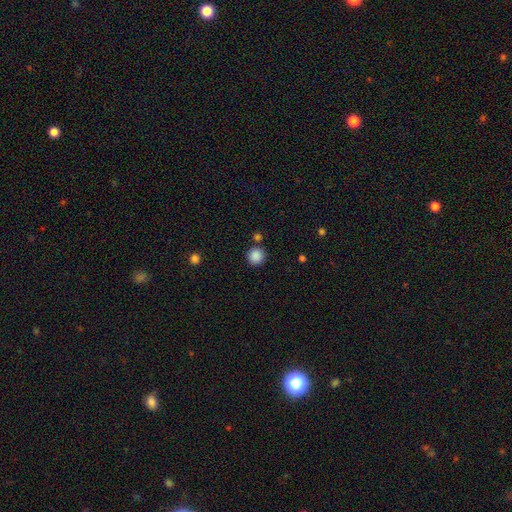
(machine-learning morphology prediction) A smooth galaxy with no disk features (87%) that is round (95%).

Vote fractions:
- Smooth or featured? smooth: 87% / star or artifact: 10% / featured or disk: 3%
- How rounded? round: 95% / in between: 5% / cigar-shaped: 1%
- Merging? none: 84% / minor disturbance: 7% / merger: 7% / major disturbance: 3%